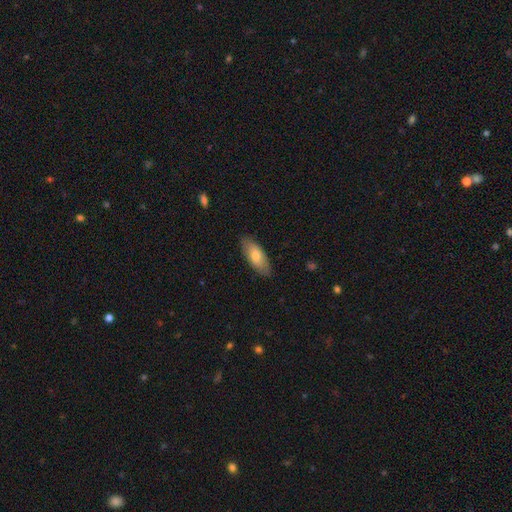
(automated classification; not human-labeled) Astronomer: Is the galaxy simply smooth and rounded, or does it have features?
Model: smooth — 73%.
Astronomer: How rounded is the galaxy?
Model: in between — 83%.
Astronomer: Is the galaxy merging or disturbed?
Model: none — 84%.